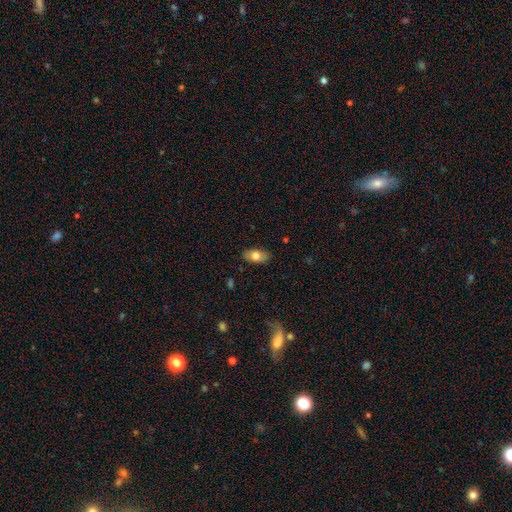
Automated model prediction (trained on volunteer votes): Smooth or featured? Predicted: smooth (p=0.78). How rounded? Predicted: in between (p=0.92). Merging? Predicted: none (p=0.85).